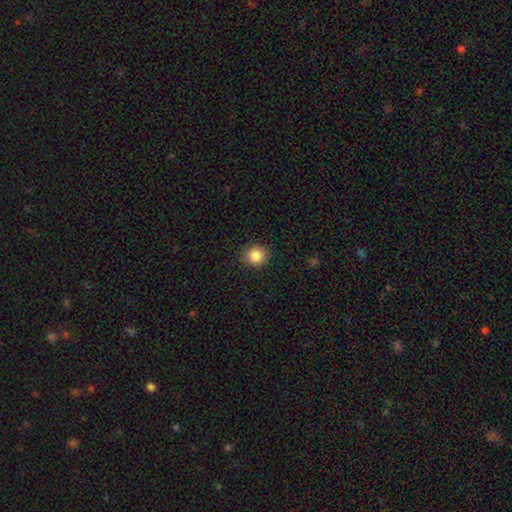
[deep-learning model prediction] smooth_or_featured: smooth (p=0.87) [alt: star or artifact p=0.09]
how_rounded: round (p=0.87) [alt: in between p=0.12]
merging: none (p=0.86) [alt: minor disturbance p=0.10]